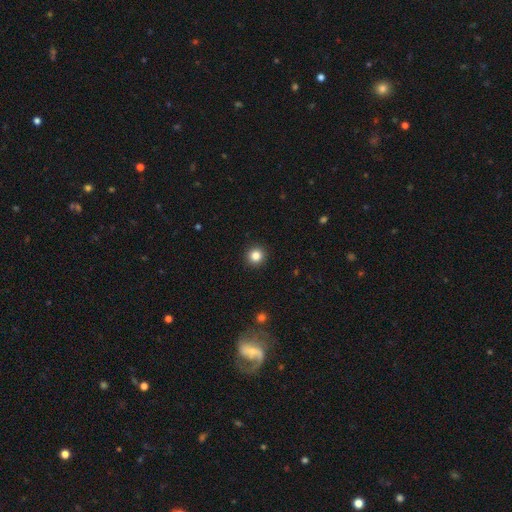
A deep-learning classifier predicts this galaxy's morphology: smooth 84%, star or artifact 11%, featured or disk 5%. Down the decision tree: how rounded — round (94%); merging — none (93%).